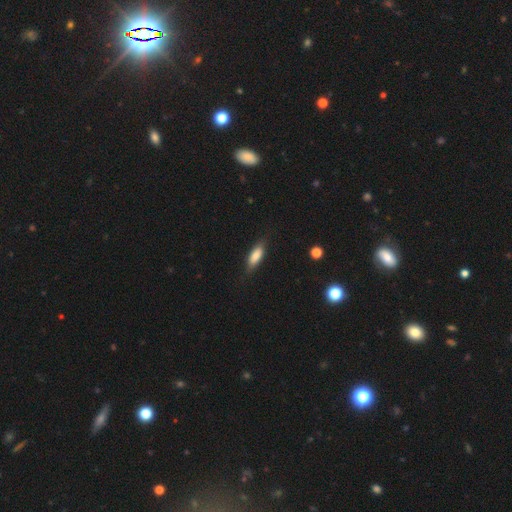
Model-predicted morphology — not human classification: Smooth or featured? smooth (76%)
How rounded? in between (65%)
Merging? none (78%)